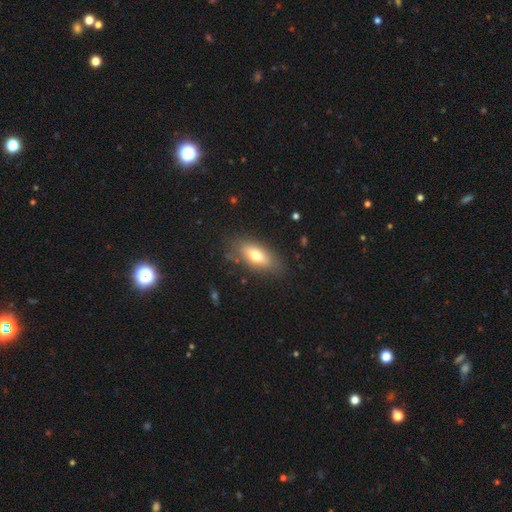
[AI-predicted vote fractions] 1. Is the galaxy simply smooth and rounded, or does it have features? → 69% smooth, 23% featured or disk, 8% star or artifact.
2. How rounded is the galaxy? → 83% in between, 13% cigar-shaped, 4% round.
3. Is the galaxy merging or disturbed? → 78% none, 15% minor disturbance, 5% major disturbance, 2% merger.